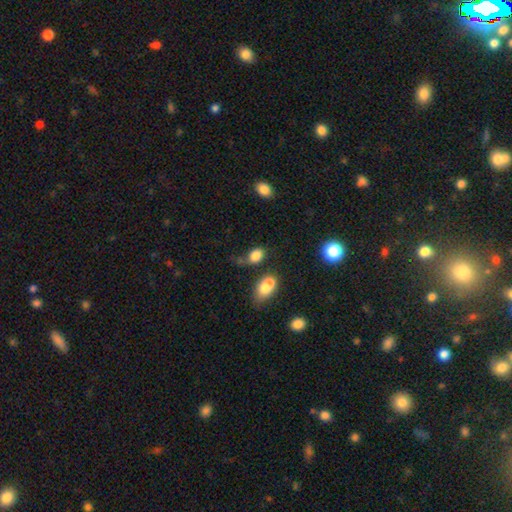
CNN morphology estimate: Smooth or featured? smooth (80%)
How rounded? in between (74%)
Merging? none (39%)